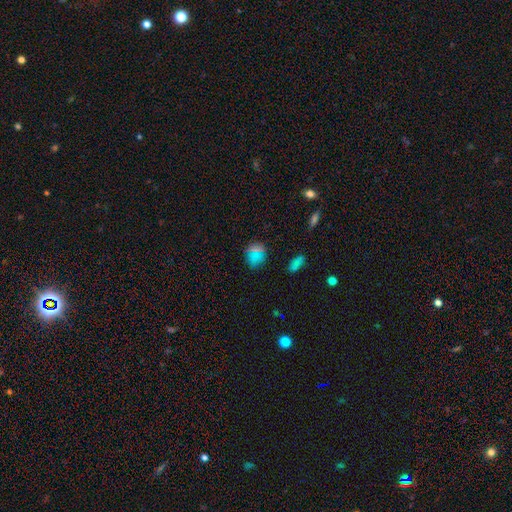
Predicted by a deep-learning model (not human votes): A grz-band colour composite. It shows a smooth galaxy with no disk features (68%) that is round (71%). Merging: none (83%).